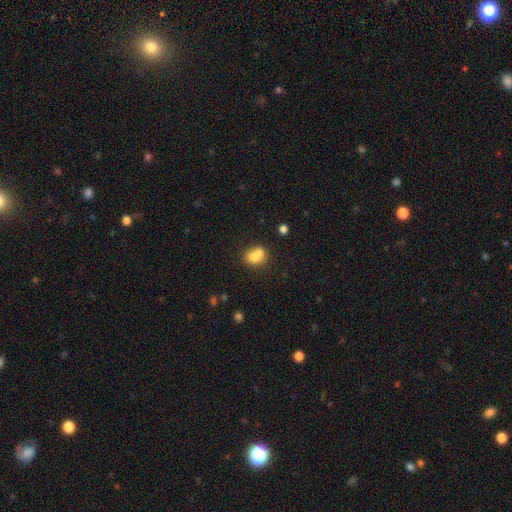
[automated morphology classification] The model was most divided on "how rounded": round: 59%, in between: 40%, cigar-shaped: 1%. More confident: smooth or featured — smooth (72%); merging — merger (55%).